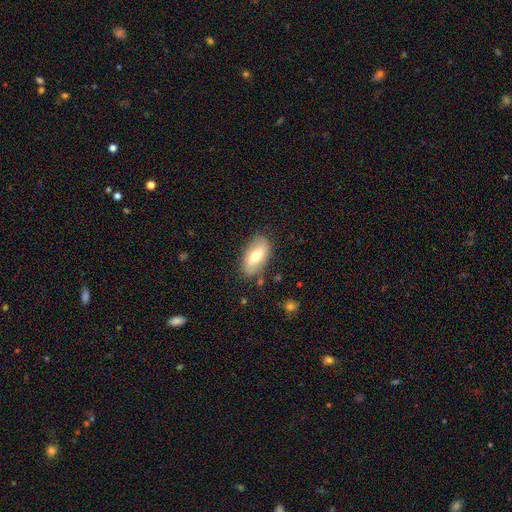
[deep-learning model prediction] This appears to be a smooth galaxy with no disk features (57%) that is in between round and cigar-shaped (90%). Merging: none (79%).